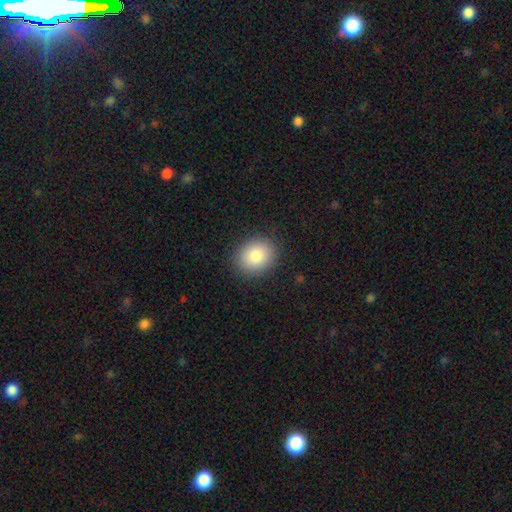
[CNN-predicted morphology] type=smooth (85%); roundness=round (64%); merging=none (89%).